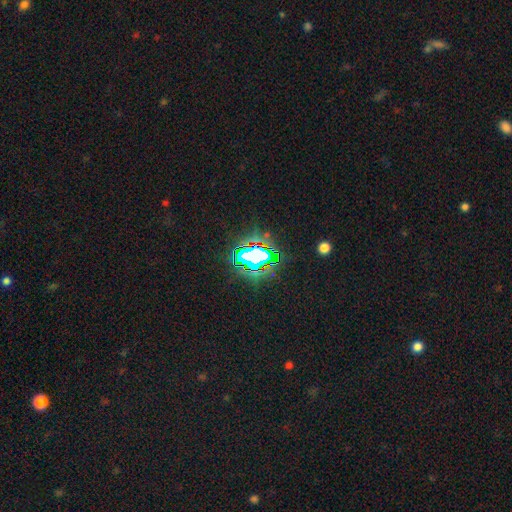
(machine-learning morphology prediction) Q: Smooth or featured?
A: star or artifact (68%); runner-up: smooth (18%)